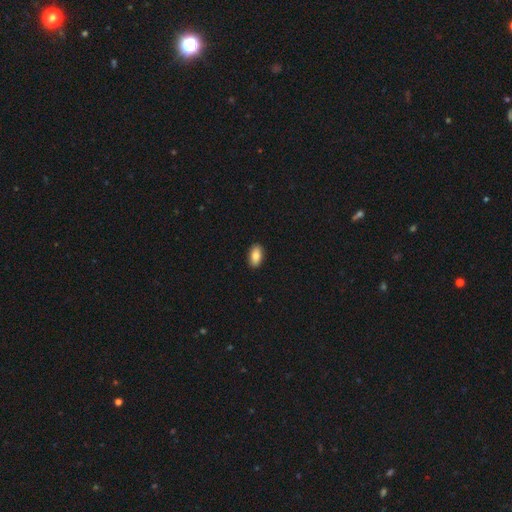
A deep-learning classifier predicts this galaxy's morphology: The model was most divided on "smooth or featured": smooth: 84%, featured or disk: 9%, star or artifact: 7%. More confident: how rounded — in between (93%); merging — none (90%).